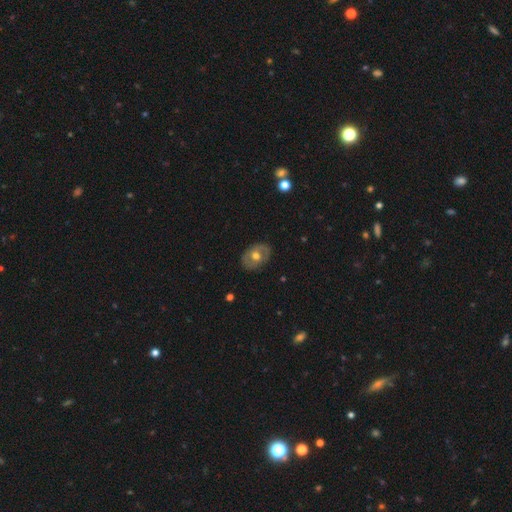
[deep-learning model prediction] This appears to be a featured or disk galaxy (53%). Merging: none (81%).